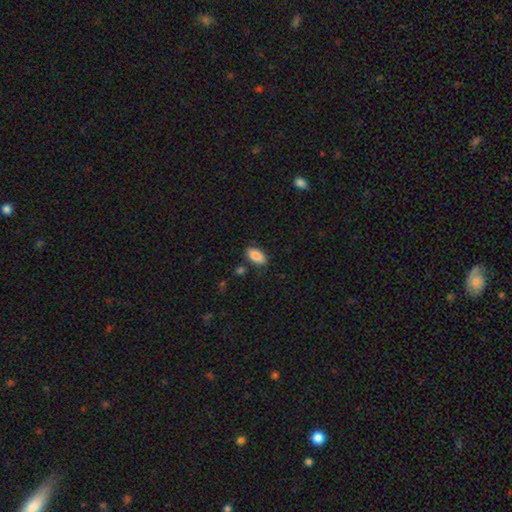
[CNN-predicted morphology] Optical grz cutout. It shows a smooth galaxy with no disk features (88%) that is in between round and cigar-shaped (91%). Merging: none (84%).